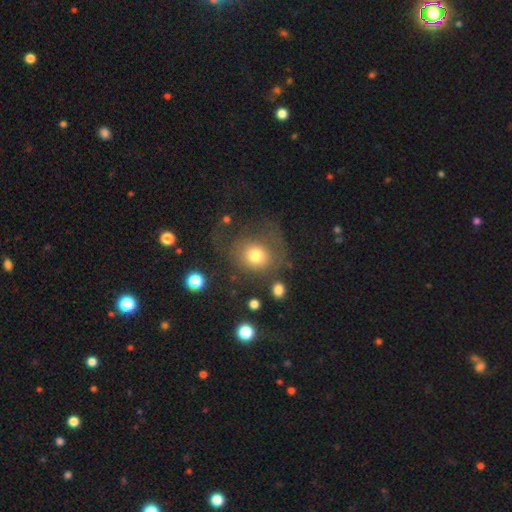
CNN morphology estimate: A smooth galaxy with no disk features (68%) that is round (72%).

Vote fractions:
- Smooth or featured? smooth: 68% / featured or disk: 20% / star or artifact: 11%
- How rounded? round: 72% / in between: 27% / cigar-shaped: 1%
- Merging? none: 47% / major disturbance: 30% / minor disturbance: 19% / merger: 5%